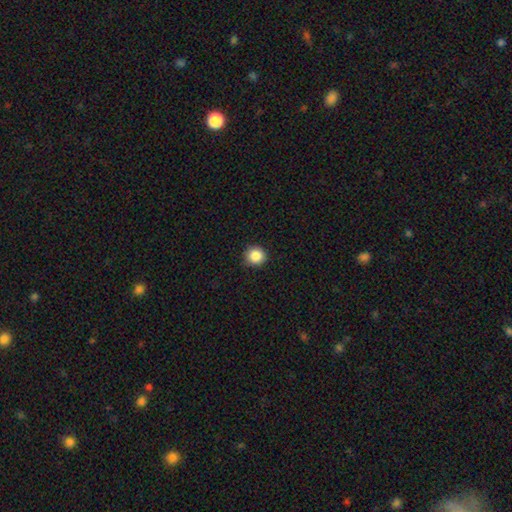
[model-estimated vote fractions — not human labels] Overall: smooth (87%). How rounded: round (93%). Merging: none (89%).